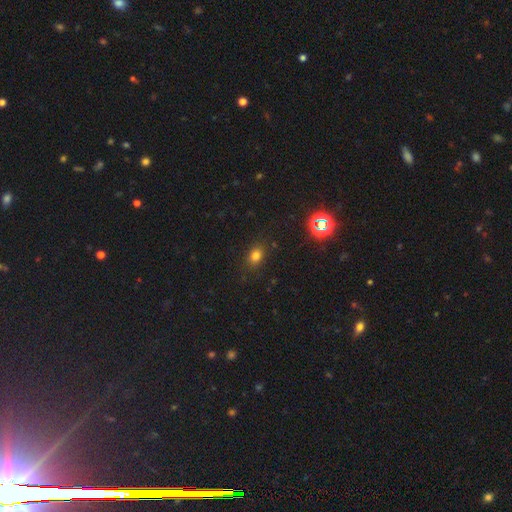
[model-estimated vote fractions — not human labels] Q: Smooth or featured?
A: smooth (76%); runner-up: star or artifact (17%)
Q: How rounded?
A: in between (63%); runner-up: round (35%)
Q: Merging?
A: none (85%); runner-up: minor disturbance (10%)